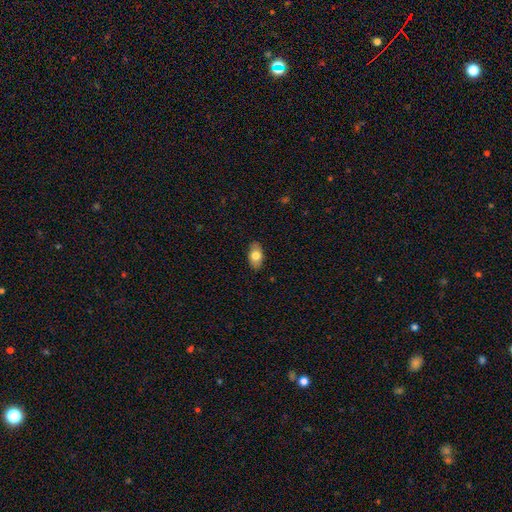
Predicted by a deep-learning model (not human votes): Smooth or featured?
  - smooth: 77% *
  - featured or disk: 17%
  - star or artifact: 7%
How rounded?
  - in between: 91% *
  - round: 7%
  - cigar-shaped: 2%
Merging?
  - none: 87% *
  - minor disturbance: 10%
  - major disturbance: 2%
  - merger: 1%